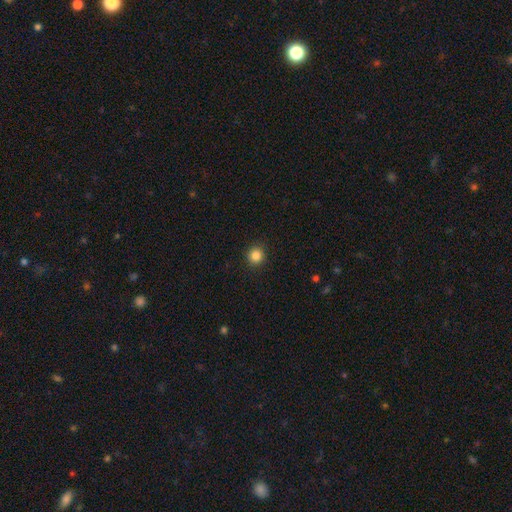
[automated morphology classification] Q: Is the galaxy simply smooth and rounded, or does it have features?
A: smooth — 86%.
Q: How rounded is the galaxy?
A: round — 93%.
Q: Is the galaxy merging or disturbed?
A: none — 92%.